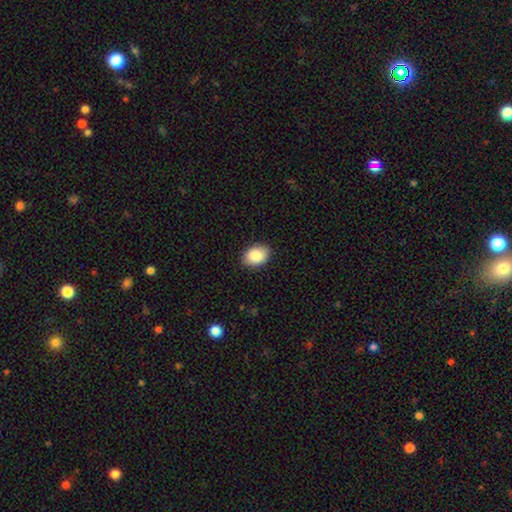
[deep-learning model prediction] Q: Smooth or featured?
A: smooth (88%); runner-up: star or artifact (7%)
Q: How rounded?
A: in between (80%); runner-up: round (19%)
Q: Merging?
A: none (87%); runner-up: minor disturbance (10%)